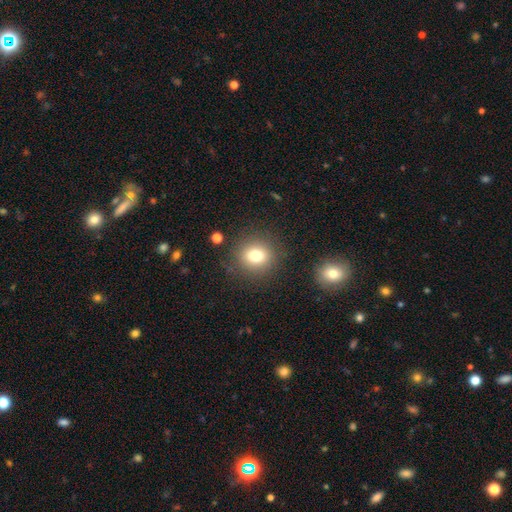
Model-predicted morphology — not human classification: This appears to be a smooth galaxy with no disk features (76%) that is round (87%). Merging: none (86%).